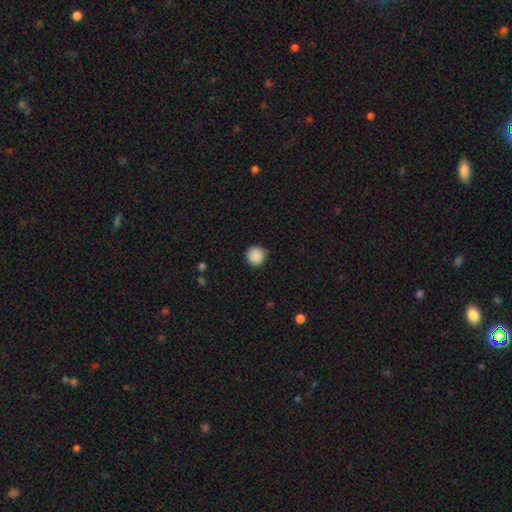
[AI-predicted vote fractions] Smooth or featured: smooth — 89% (star or artifact — 9%)
How rounded: round — 94% (in between — 5%)
Merging: none — 90% (minor disturbance — 7%)